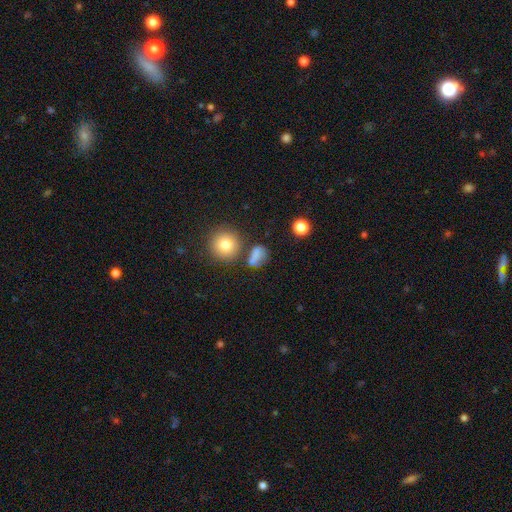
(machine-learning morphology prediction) Smooth or featured: smooth — 75% (star or artifact — 15%)
How rounded: in between — 52% (round — 44%)
Merging: none — 56% (minor disturbance — 19%)